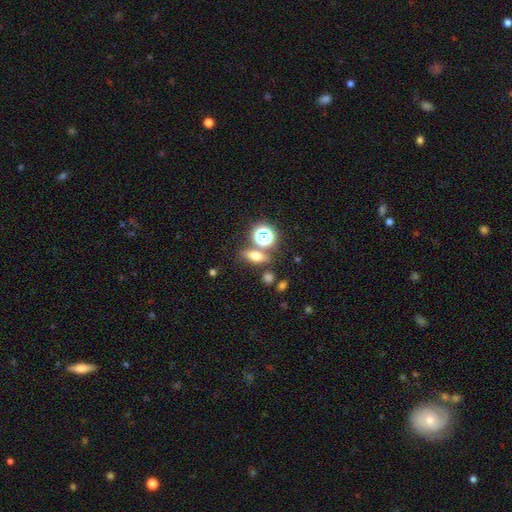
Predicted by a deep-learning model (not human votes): Overall: smooth (56%; featured or disk 22%). How rounded: in between (52%; cigar-shaped 24%). Merging: none (73%).